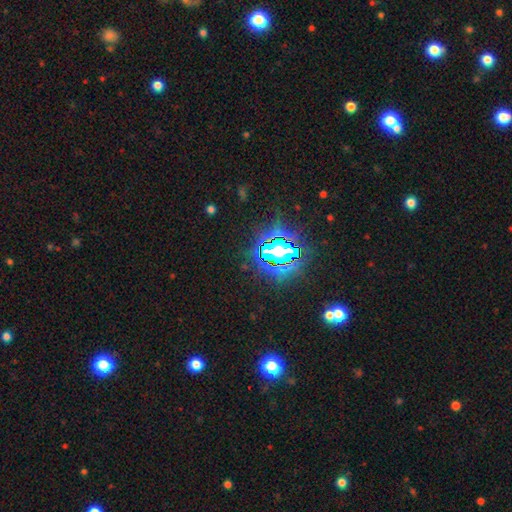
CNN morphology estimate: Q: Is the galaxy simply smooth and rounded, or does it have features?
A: star or artifact — 81%.